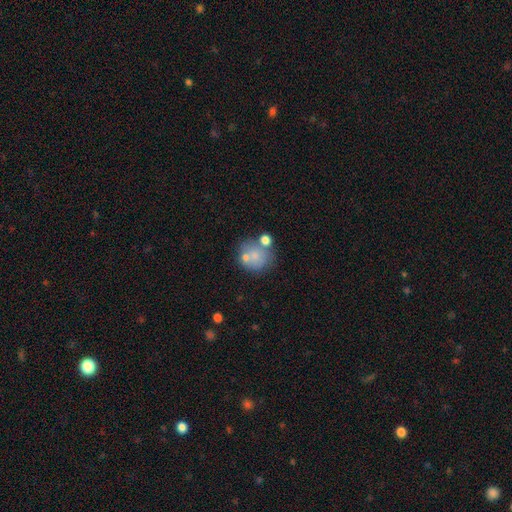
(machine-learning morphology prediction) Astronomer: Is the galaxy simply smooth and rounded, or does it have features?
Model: smooth — 66%.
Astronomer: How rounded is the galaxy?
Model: round — 78%.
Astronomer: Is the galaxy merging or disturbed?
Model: none — 49% (runner-up: merger, 27%).